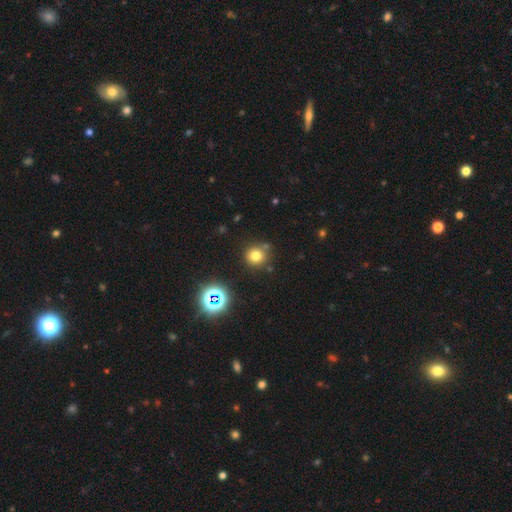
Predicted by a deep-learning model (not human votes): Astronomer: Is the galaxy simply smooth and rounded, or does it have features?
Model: smooth — 74%.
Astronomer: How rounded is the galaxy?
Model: round — 92%.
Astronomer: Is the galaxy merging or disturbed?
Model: none — 80%.